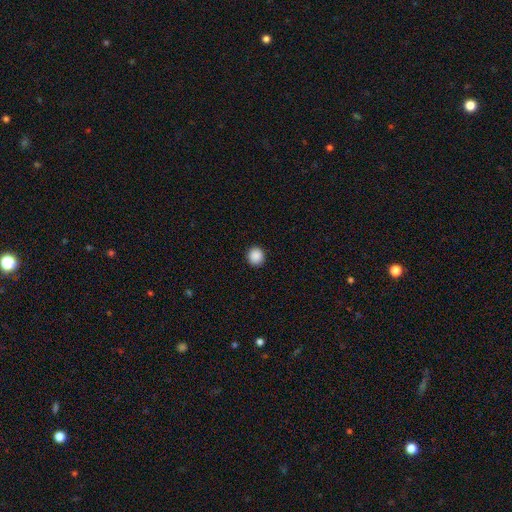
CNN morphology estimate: Smooth or featured? smooth (89%)
How rounded? round (92%)
Merging? none (93%)